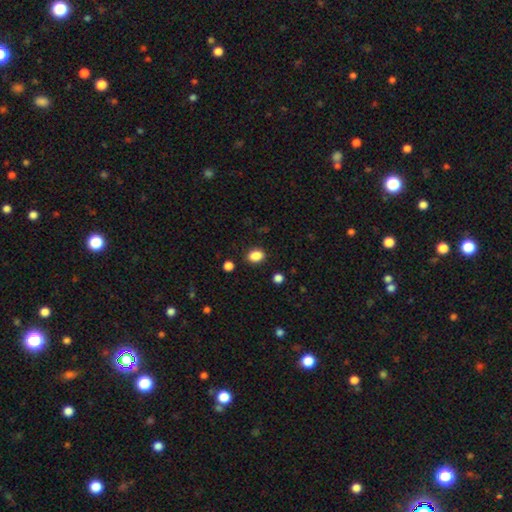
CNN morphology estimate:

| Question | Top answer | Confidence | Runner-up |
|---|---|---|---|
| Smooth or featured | smooth | 87% | star or artifact (9%) |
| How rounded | in between | 68% | round (31%) |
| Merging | none | 86% | minor disturbance (9%) |